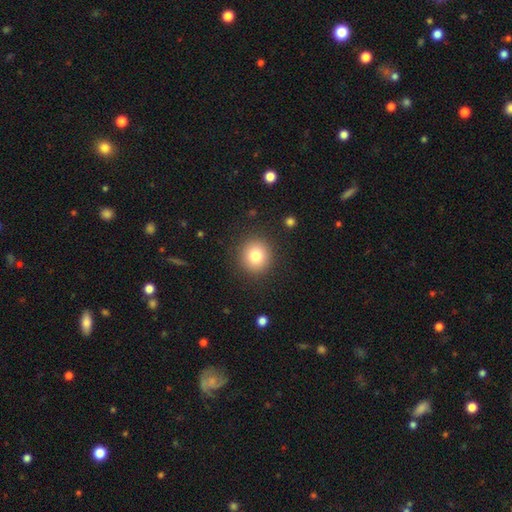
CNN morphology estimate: Smooth or featured: smooth — 80% (star or artifact — 11%)
How rounded: round — 90% (in between — 9%)
Merging: none — 90% (minor disturbance — 7%)